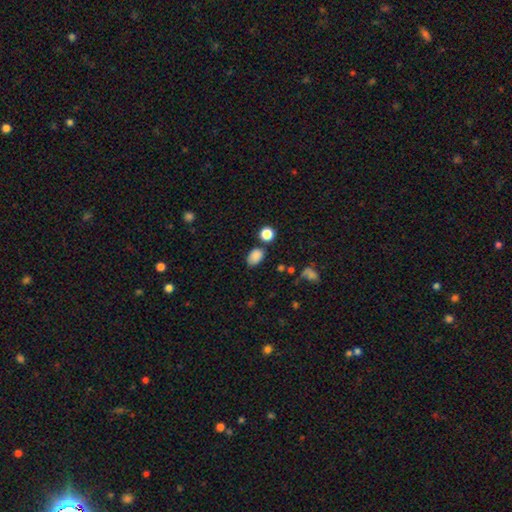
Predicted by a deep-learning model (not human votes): Overall: smooth (84%). How rounded: in between (83%). Merging: none (70%).